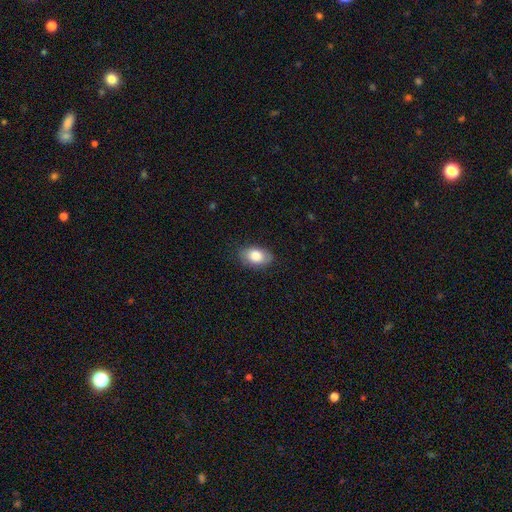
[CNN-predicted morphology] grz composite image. It shows a smooth galaxy with no disk features (82%) that is in between round and cigar-shaped (89%). Merging: none (82%).